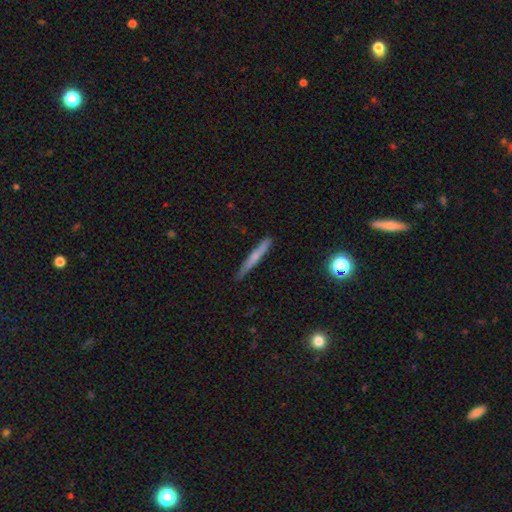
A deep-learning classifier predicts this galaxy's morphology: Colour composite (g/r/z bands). It shows a smooth galaxy with no disk features (55%) that is cigar-shaped (95%). Merging: none (86%).